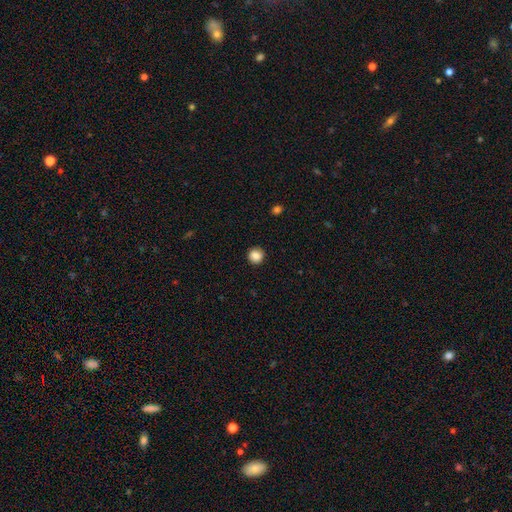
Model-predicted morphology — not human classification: This is clearly a smooth galaxy (87%). How rounded: clearly round (94%). Merging: clearly none (92%).